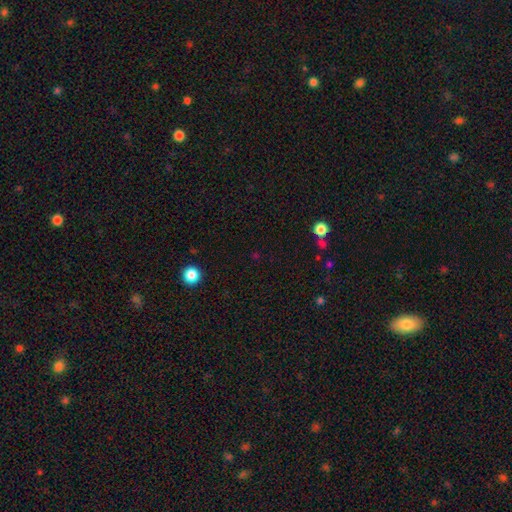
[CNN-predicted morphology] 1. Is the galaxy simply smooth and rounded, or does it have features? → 51% star or artifact, 42% smooth, 7% featured or disk.